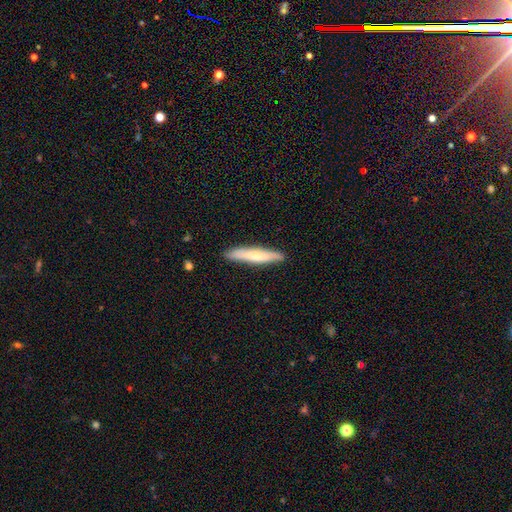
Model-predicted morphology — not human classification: A smooth galaxy with no disk features (63%) that is cigar-shaped (91%). Merging: none (89%).